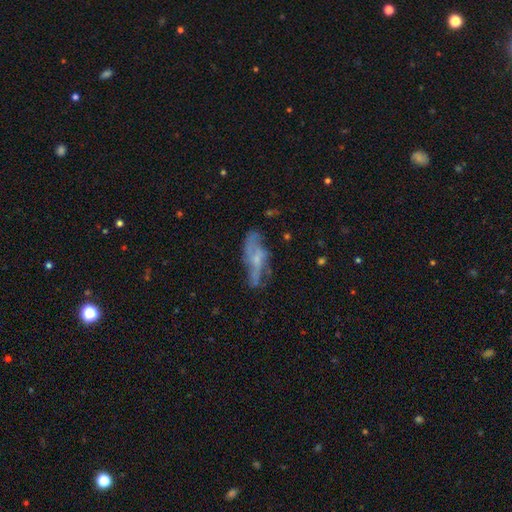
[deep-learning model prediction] Q: Smooth or featured?
A: featured or disk (62%); runner-up: smooth (28%)
Q: Edge-on disk?
A: no (78%); runner-up: yes (22%)
Q: Merging?
A: none (50%); runner-up: minor disturbance (25%)